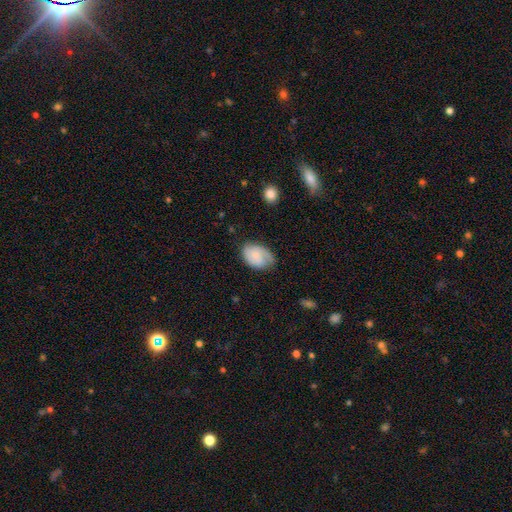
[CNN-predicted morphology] This is possibly a smooth galaxy (52%). How rounded: clearly in between (81%). Merging: likely none (60%).